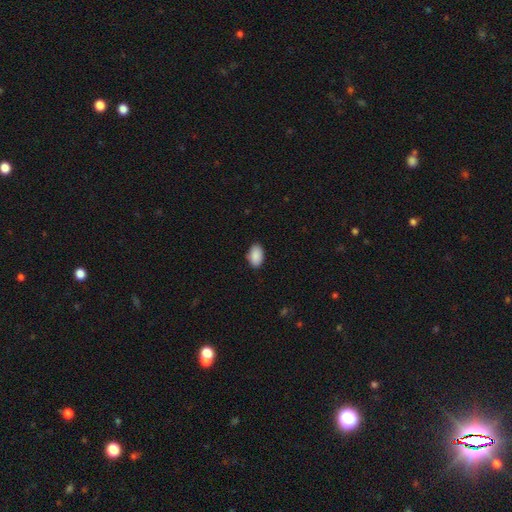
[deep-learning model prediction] Smooth or featured? smooth (90%)
How rounded? in between (92%)
Merging? none (86%)